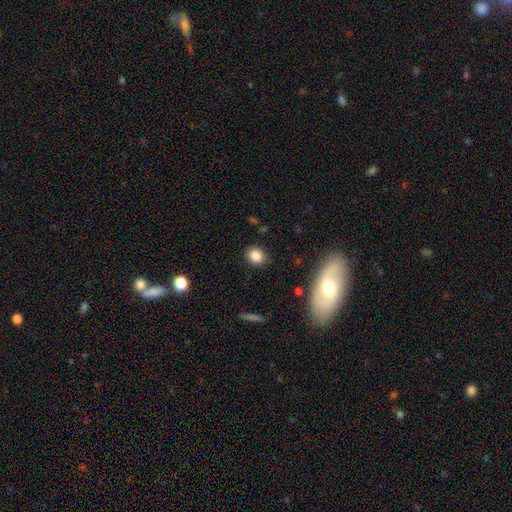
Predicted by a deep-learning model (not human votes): A smooth galaxy with no disk features (85%) that is round (68%). Merging: none (86%).